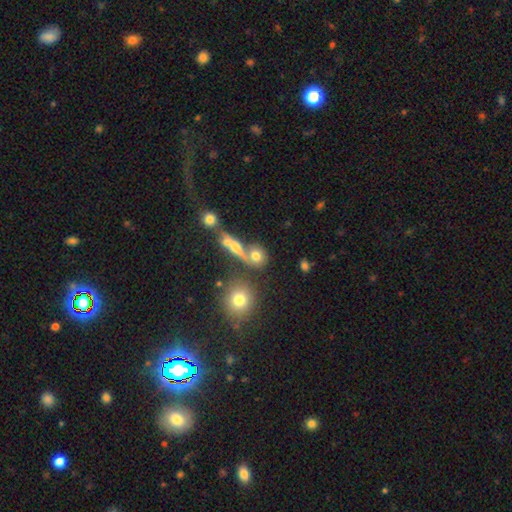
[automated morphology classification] type=smooth (68%); roundness=round (74%); merging=none (49%).